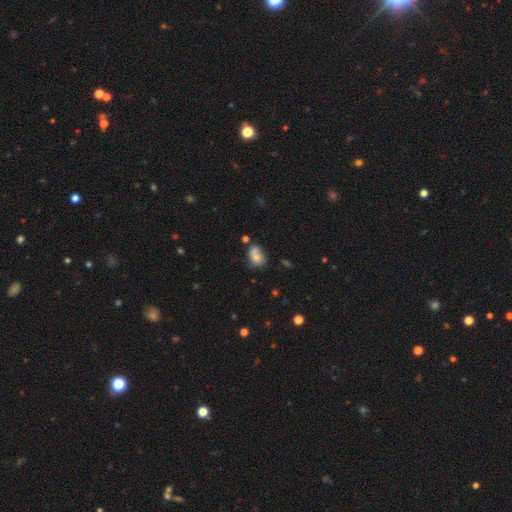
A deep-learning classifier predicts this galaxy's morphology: Q: Smooth or featured?
A: smooth (71%); runner-up: featured or disk (18%)
Q: How rounded?
A: in between (71%); runner-up: round (28%)
Q: Merging?
A: none (41%); runner-up: minor disturbance (27%)